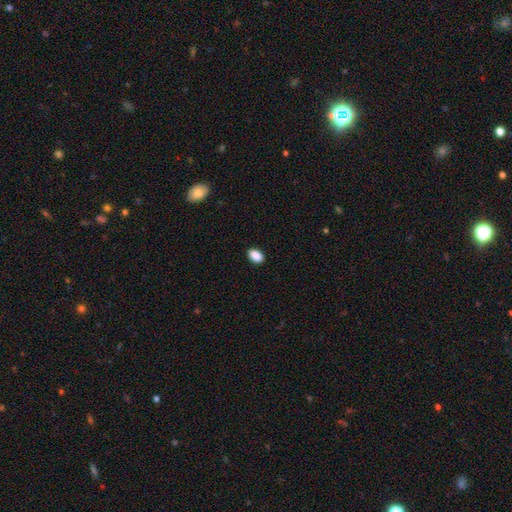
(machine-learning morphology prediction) smooth-or-featured: smooth: 89% | star or artifact: 8% | featured or disk: 3%
  how-rounded: in between: 88% | round: 10% | cigar-shaped: 2%
  merging: none: 89% | minor disturbance: 8% | major disturbance: 2% | merger: 1%